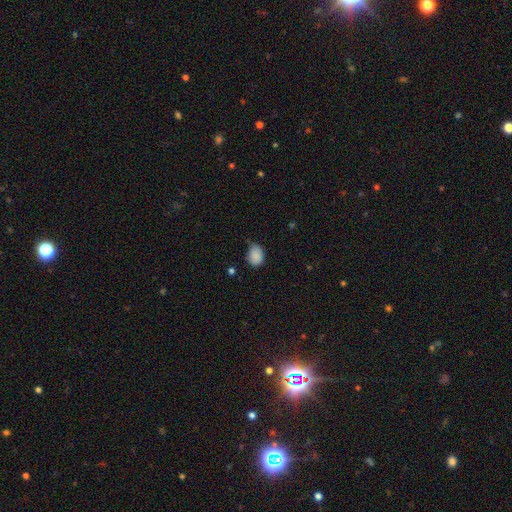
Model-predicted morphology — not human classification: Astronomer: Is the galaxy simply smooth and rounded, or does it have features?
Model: smooth — 86%.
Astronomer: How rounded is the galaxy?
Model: in between — 59% (runner-up: round, 40%).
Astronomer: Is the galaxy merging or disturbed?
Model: none — 57% (runner-up: minor disturbance, 35%).